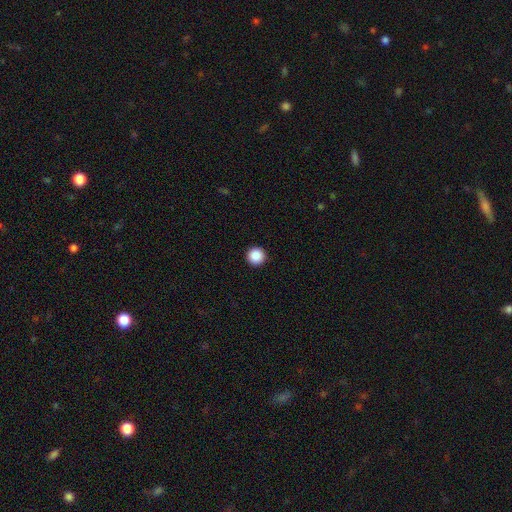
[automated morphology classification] Q: Smooth or featured?
A: smooth (88%); runner-up: star or artifact (9%)
Q: How rounded?
A: round (97%); runner-up: in between (2%)
Q: Merging?
A: none (94%); runner-up: minor disturbance (4%)